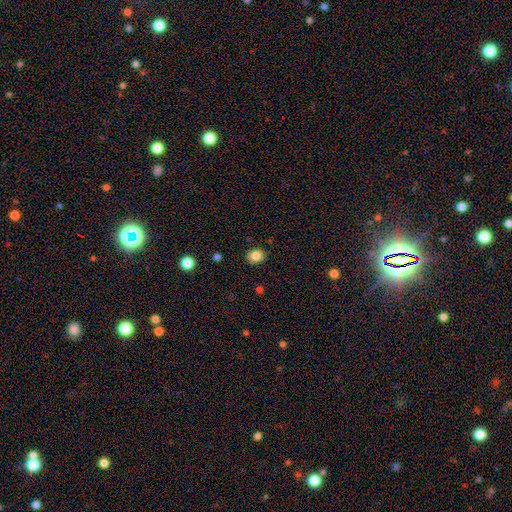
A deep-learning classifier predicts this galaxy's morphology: This is clearly a smooth galaxy (84%). How rounded: possibly round (52%). Merging: clearly none (86%).